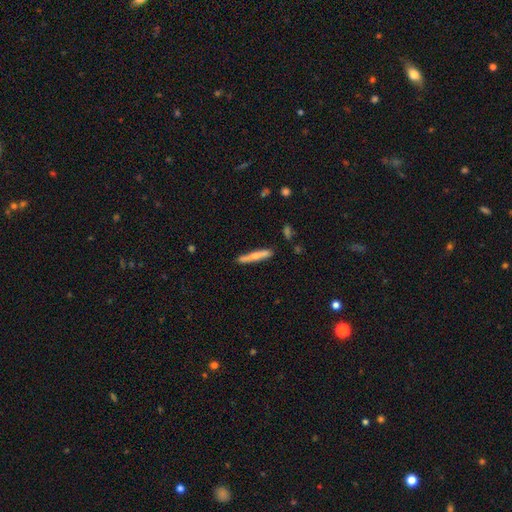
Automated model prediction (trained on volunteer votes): Q: Smooth or featured?
A: smooth (58%); runner-up: featured or disk (37%)
Q: How rounded?
A: cigar-shaped (93%); runner-up: in between (5%)
Q: Merging?
A: none (82%); runner-up: minor disturbance (13%)